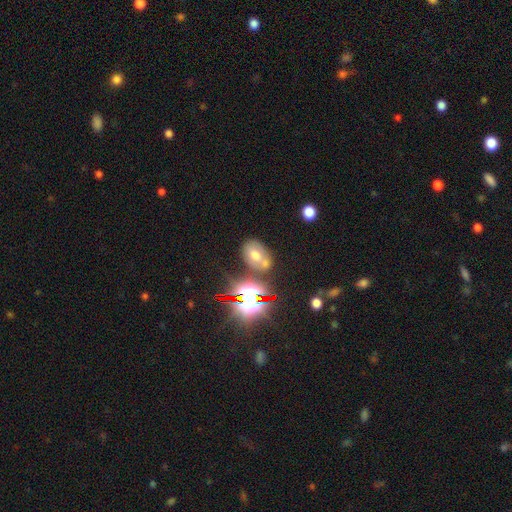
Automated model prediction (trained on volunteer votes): Q: Smooth or featured?
A: smooth (52%); runner-up: star or artifact (24%)
Q: How rounded?
A: in between (77%); runner-up: round (21%)
Q: Merging?
A: none (51%); runner-up: merger (26%)